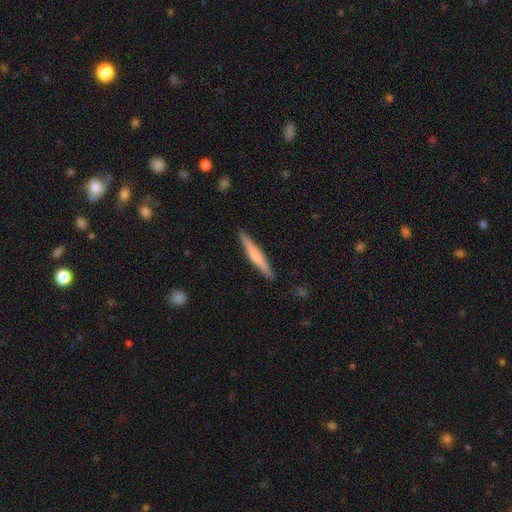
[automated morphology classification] smooth_or_featured: smooth (p=0.54) [alt: featured or disk p=0.41]
how_rounded: cigar-shaped (p=0.95) [alt: in between p=0.04]
merging: none (p=0.91) [alt: minor disturbance p=0.07]